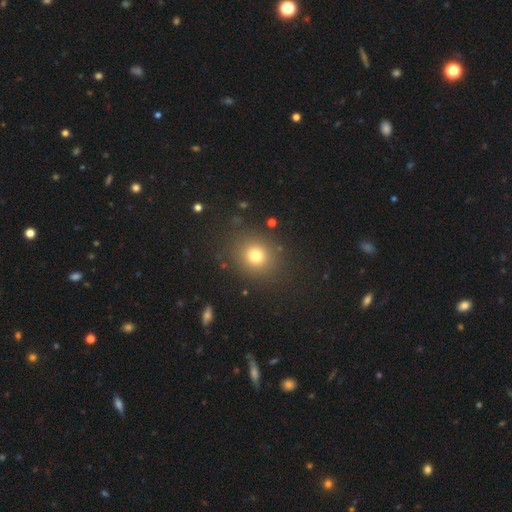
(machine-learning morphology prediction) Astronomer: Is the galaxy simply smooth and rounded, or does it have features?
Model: smooth — 76%.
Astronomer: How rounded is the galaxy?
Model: round — 82%.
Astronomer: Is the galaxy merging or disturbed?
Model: none — 86%.